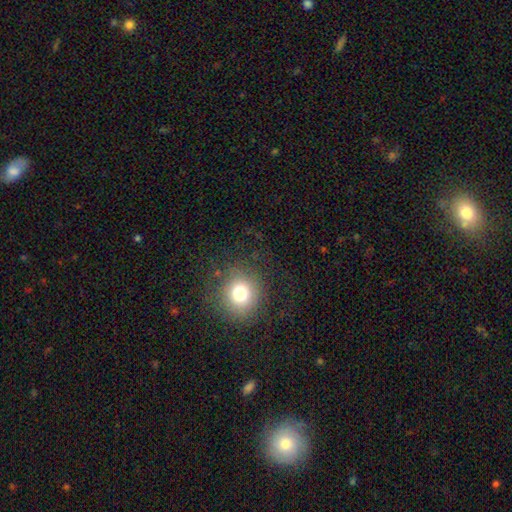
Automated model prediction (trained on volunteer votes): Smooth or featured? Predicted: smooth (p=0.63). How rounded? Predicted: round (p=0.91). Merging? Predicted: none (p=0.89).